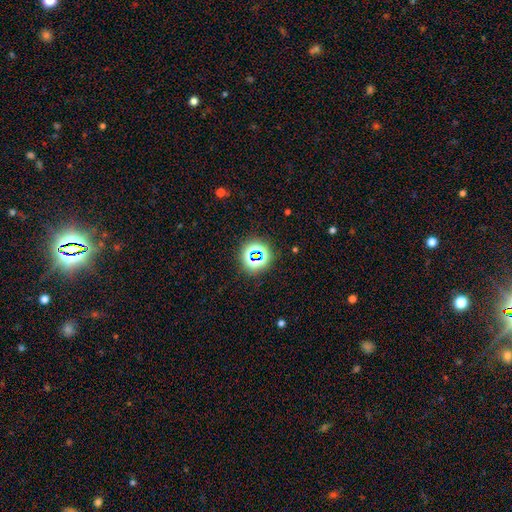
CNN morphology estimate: This is likely a star or artifact rather than a galaxy (66%).